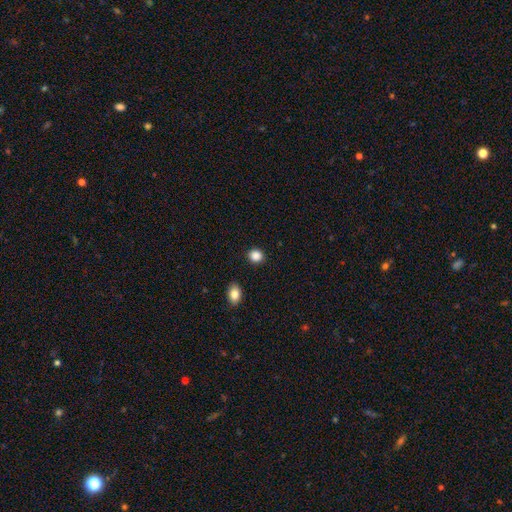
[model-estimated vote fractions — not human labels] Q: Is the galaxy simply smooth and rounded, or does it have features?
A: smooth — 88%.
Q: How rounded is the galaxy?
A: round — 80%.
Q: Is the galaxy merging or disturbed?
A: none — 90%.